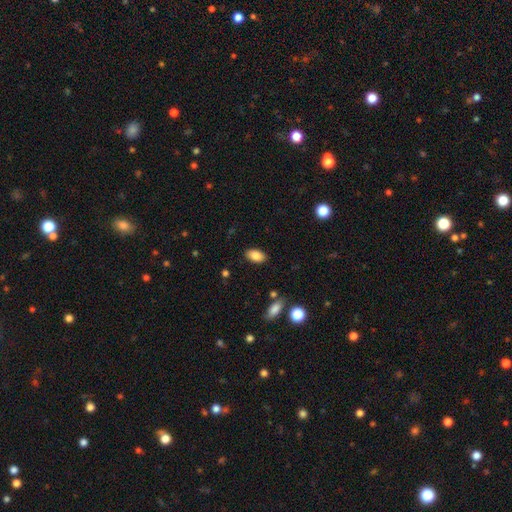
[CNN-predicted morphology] A smooth galaxy with no disk features (86%) that is in between round and cigar-shaped (93%). Merging: none (86%).